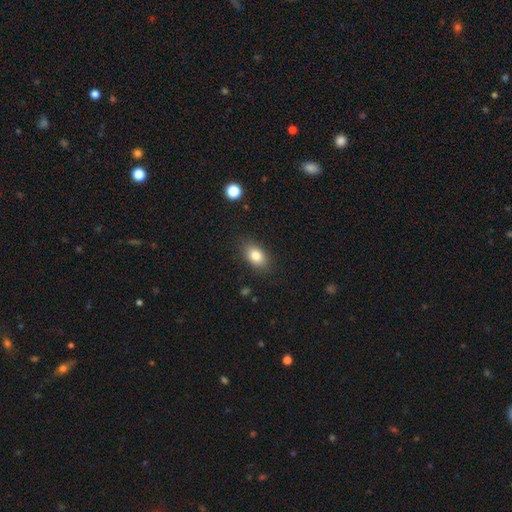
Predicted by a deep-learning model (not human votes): Overall: smooth (83%). How rounded: in between (86%). Merging: none (86%).